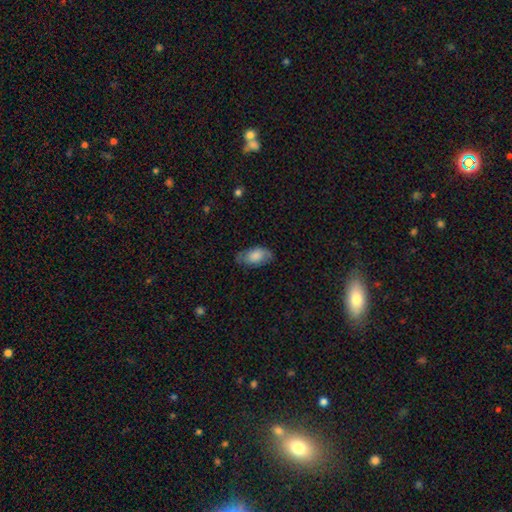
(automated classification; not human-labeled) Q: Smooth or featured?
A: smooth (67%); runner-up: featured or disk (26%)
Q: How rounded?
A: in between (93%); runner-up: round (5%)
Q: Merging?
A: none (68%); runner-up: minor disturbance (24%)